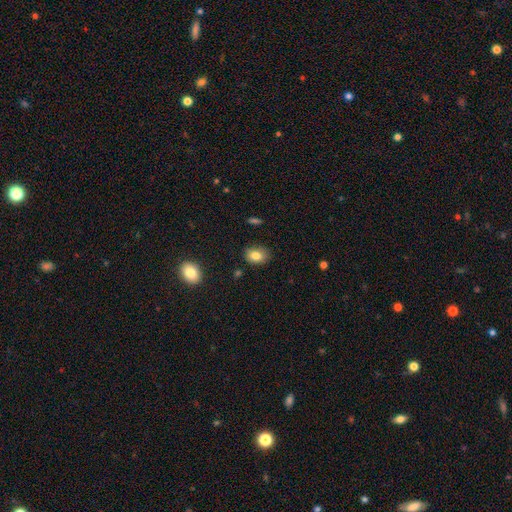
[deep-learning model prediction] Overall: smooth (82%). How rounded: in between (70%). Merging: none (80%).